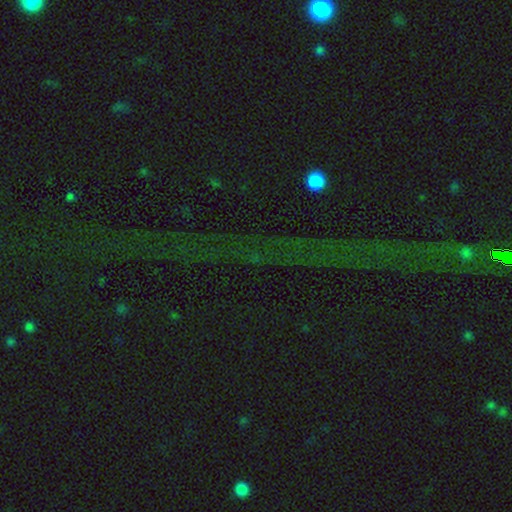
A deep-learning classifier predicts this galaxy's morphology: Q: Smooth or featured?
A: star or artifact (76%); runner-up: featured or disk (13%)